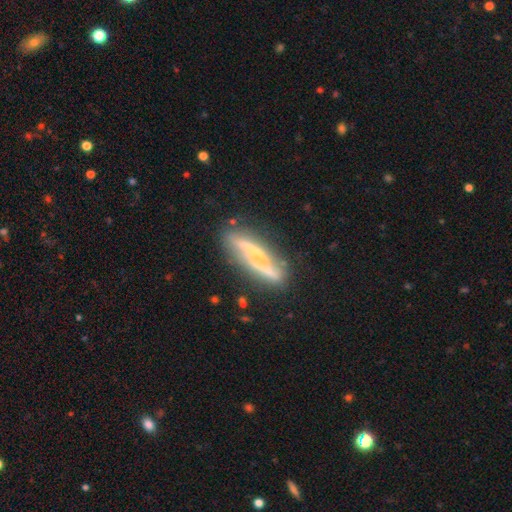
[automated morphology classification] A featured or disk galaxy (75%) viewed edge-on (55%). Merging: none (72%).